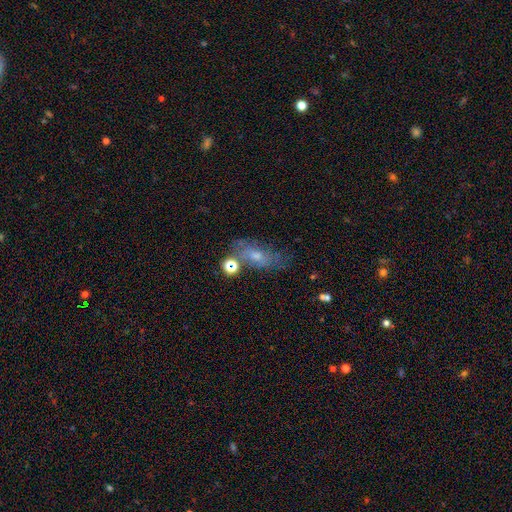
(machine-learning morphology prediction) smooth 42%, featured or disk 39%, star or artifact 19%. Down the decision tree: merging — none (53%).